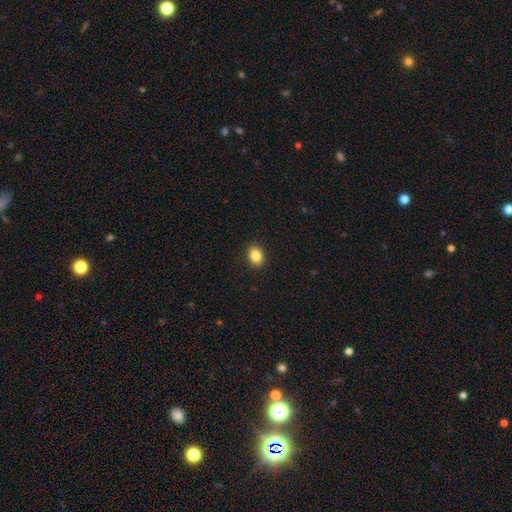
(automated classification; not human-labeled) Overall: smooth (86%). How rounded: in between (70%). Merging: none (91%).